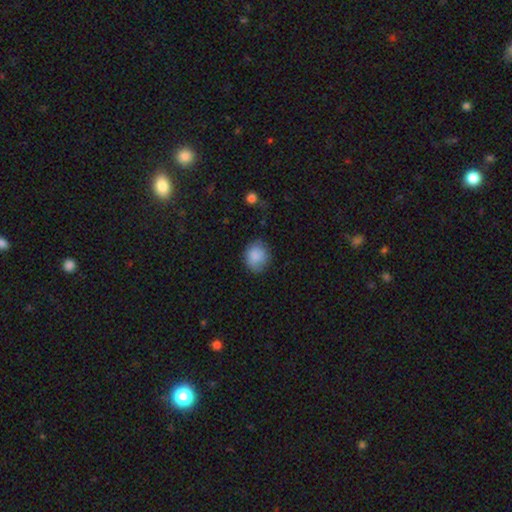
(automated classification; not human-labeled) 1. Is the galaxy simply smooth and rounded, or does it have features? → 86% smooth, 7% star or artifact, 6% featured or disk.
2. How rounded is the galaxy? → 71% round, 28% in between, 1% cigar-shaped.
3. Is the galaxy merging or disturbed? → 75% none, 19% minor disturbance, 5% major disturbance, 1% merger.